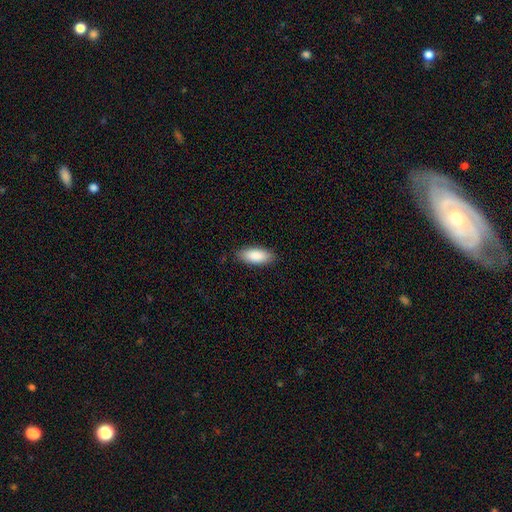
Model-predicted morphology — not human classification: Q: Smooth or featured?
A: smooth (88%); runner-up: featured or disk (7%)
Q: How rounded?
A: in between (84%); runner-up: cigar-shaped (14%)
Q: Merging?
A: none (87%); runner-up: minor disturbance (10%)